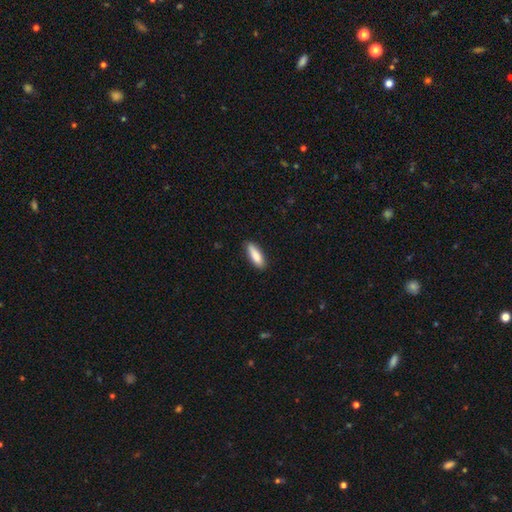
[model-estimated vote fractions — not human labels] Smooth or featured? smooth (86%)
How rounded? in between (51%)
Merging? none (84%)